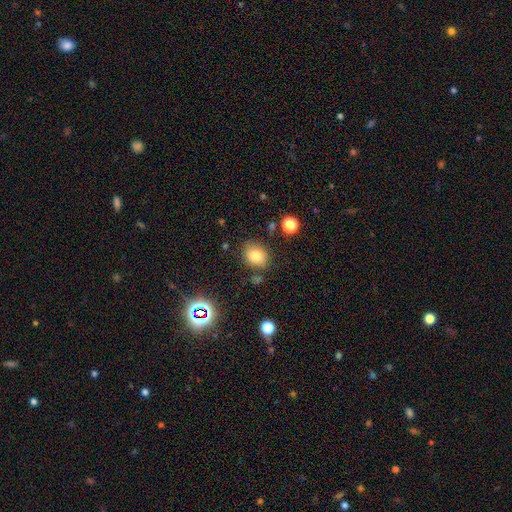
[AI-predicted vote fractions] This is likely a smooth galaxy (78%). How rounded: possibly round (57%). Merging: likely none (78%).